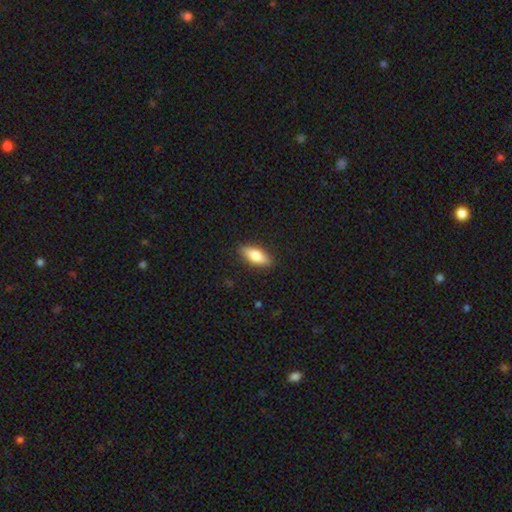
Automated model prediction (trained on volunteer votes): This appears to be a smooth galaxy with no disk features (75%) that is in between round and cigar-shaped (75%). Merging: none (89%).